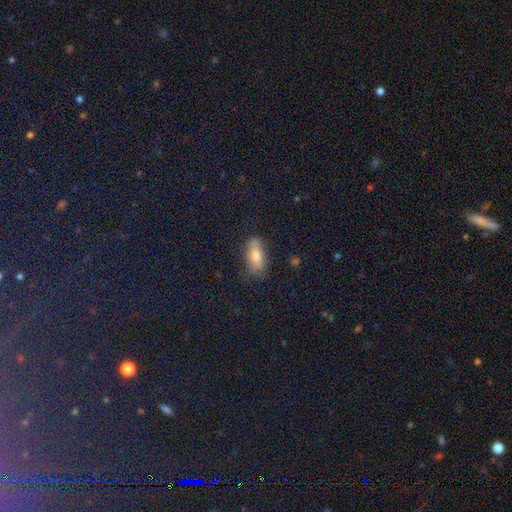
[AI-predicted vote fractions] smooth_or_featured: smooth (p=0.73) [alt: featured or disk p=0.14]
how_rounded: in between (p=0.83) [alt: cigar-shaped p=0.12]
merging: none (p=0.73) [alt: minor disturbance p=0.20]